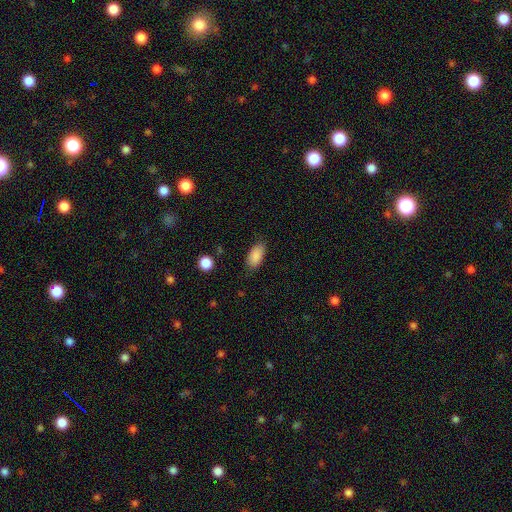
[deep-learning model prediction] This is clearly a smooth galaxy (88%). How rounded: clearly in between (92%). Merging: likely none (79%).